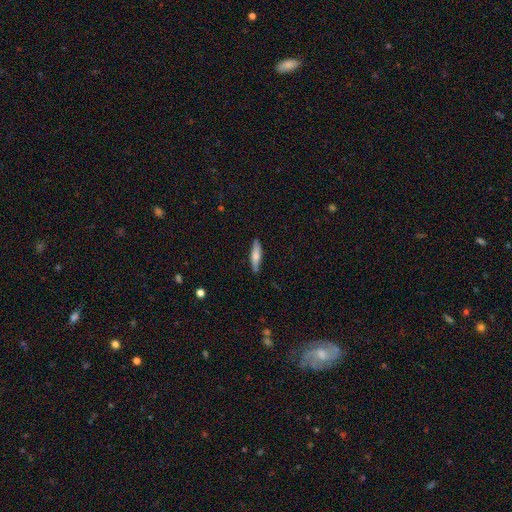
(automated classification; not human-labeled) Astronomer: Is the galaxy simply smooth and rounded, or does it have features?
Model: smooth — 63%.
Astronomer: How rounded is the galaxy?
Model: cigar-shaped — 78%.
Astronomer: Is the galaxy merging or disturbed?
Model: none — 84%.